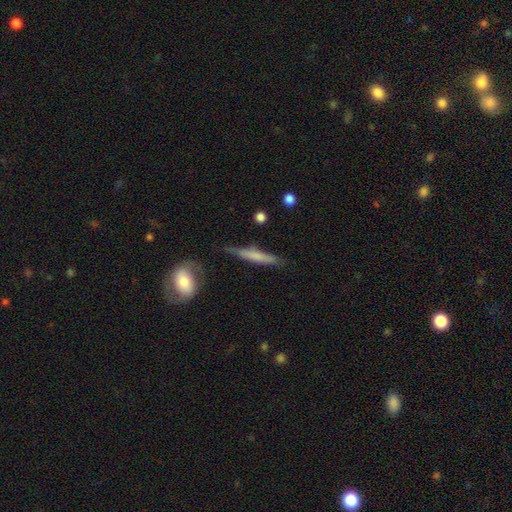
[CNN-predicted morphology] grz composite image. It shows a smooth galaxy with no disk features (56%) that is cigar-shaped (92%). Merging: none (74%).